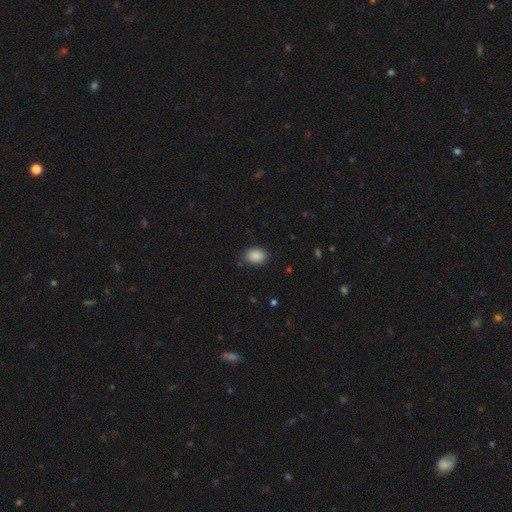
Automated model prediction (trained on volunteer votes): smooth-or-featured: smooth: 88% | star or artifact: 8% | featured or disk: 3%
  how-rounded: in between: 67% | round: 32% | cigar-shaped: 1%
  merging: none: 84% | minor disturbance: 12% | major disturbance: 3% | merger: 1%